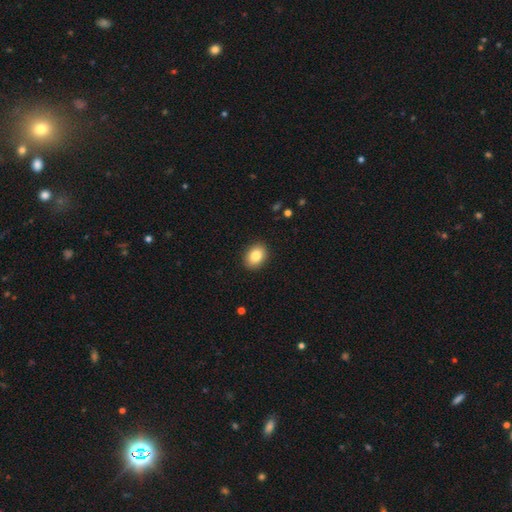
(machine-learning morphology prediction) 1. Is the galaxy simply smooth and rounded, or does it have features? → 85% smooth, 8% star or artifact, 7% featured or disk.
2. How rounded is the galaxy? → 65% in between, 34% round, 1% cigar-shaped.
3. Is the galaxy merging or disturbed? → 90% none, 7% minor disturbance, 2% major disturbance, 1% merger.